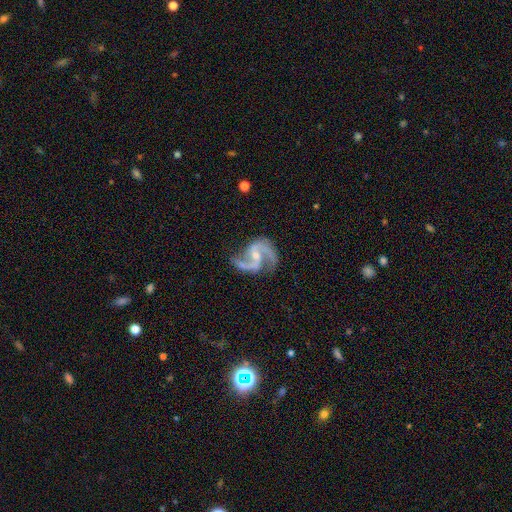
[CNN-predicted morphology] smooth-or-featured: featured or disk: 93% | star or artifact: 4% | smooth: 3%
  disk-edge-on: no: 98% | yes: 2%
    bar: weak: 40% (tied) | no: 40% (tied) | strong: 20%
    has-spiral-arms: yes: 98% | no: 2%
      spiral-winding: medium: 52% | loose: 38% | tight: 10%
      spiral-arm-count: 2: 92% | 3: 3% | can't tell: 2% | 1: 1% | 4: 1% | more than 4: 1%
    bulge-size: small: 59% | moderate: 36% | none: 3% | large: 1% | dominant: 1%
  merging: none: 69% | minor disturbance: 19% | major disturbance: 9% | merger: 3%